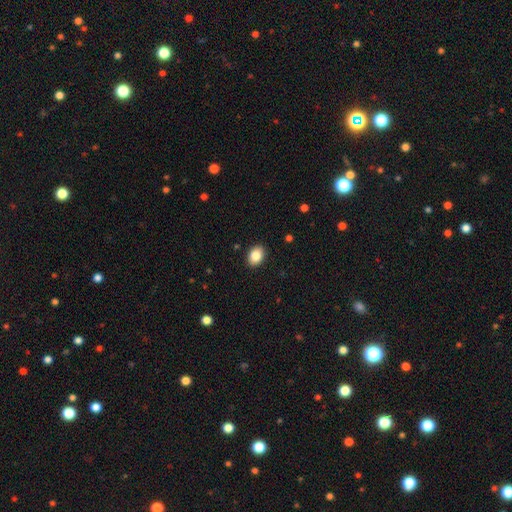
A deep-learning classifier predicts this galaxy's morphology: This is clearly a smooth galaxy (86%). How rounded: likely in between (75%). Merging: clearly none (90%).